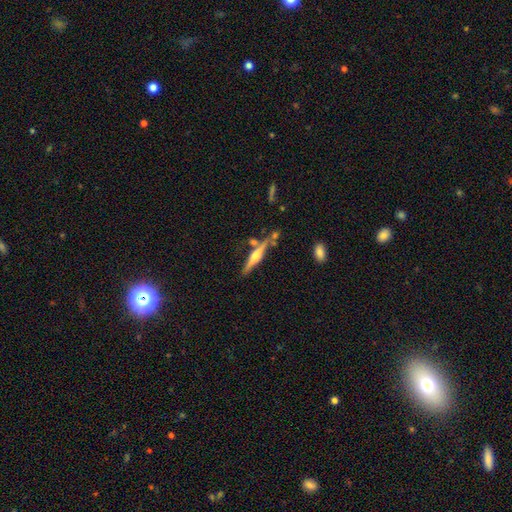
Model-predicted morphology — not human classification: A featured or disk galaxy (70%) viewed edge-on (97%) with a rounded central bulge (89%). Merging: none (71%).